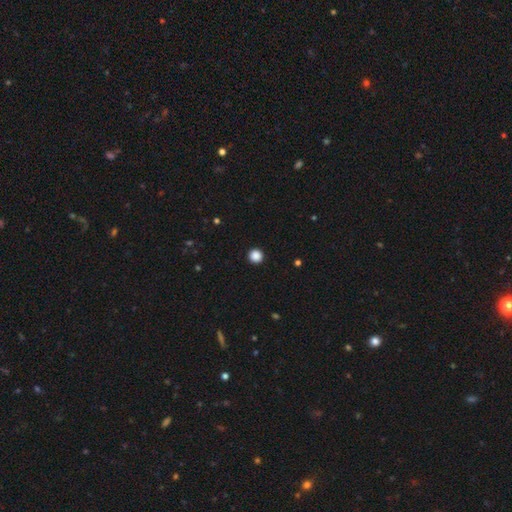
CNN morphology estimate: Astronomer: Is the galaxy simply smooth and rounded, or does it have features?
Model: smooth — 87%.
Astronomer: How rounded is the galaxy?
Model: round — 96%.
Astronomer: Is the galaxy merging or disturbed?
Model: none — 94%.